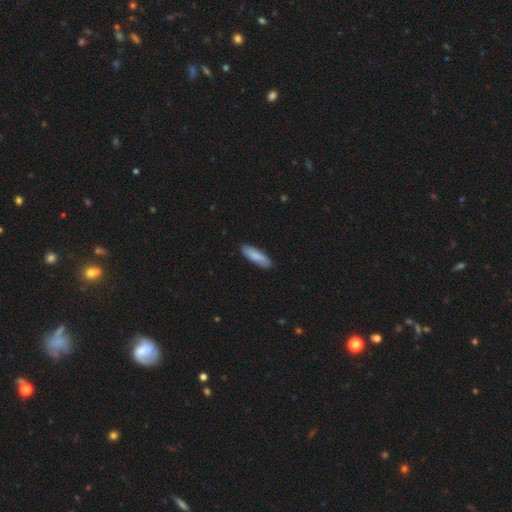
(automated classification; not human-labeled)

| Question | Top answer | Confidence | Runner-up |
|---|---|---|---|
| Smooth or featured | smooth | 81% | featured or disk (14%) |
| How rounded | cigar-shaped | 56% | in between (42%) |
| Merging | none | 85% | minor disturbance (12%) |